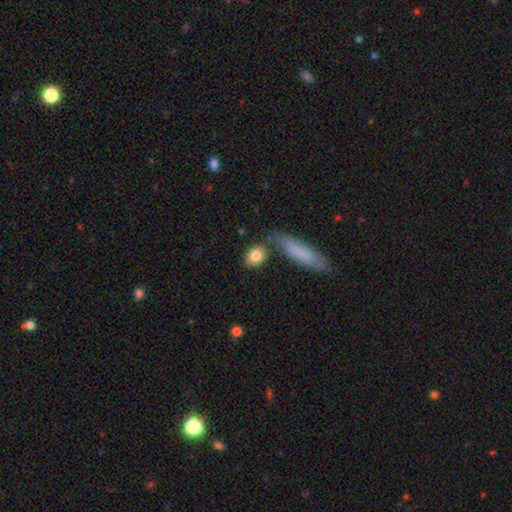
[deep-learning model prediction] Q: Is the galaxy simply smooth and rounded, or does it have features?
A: smooth — 83%.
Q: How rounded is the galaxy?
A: in between — 54%.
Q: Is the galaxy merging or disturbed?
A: none — 69%.